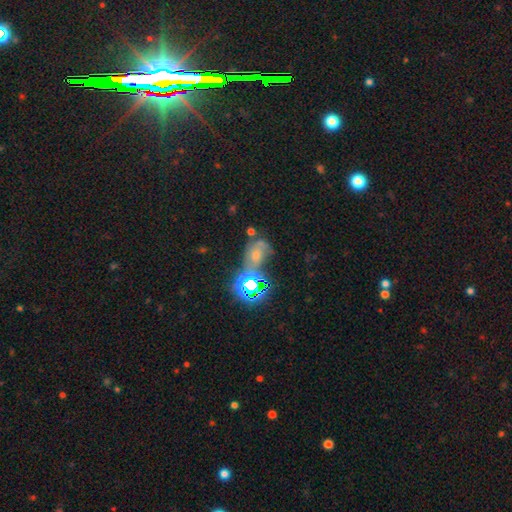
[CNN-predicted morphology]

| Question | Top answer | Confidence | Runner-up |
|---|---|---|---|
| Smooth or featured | star or artifact | 42% | smooth (33%) |